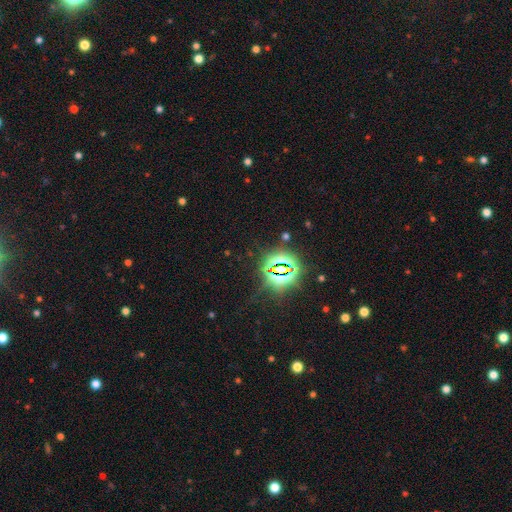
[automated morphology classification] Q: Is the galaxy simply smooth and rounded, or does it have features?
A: star or artifact — 86%.